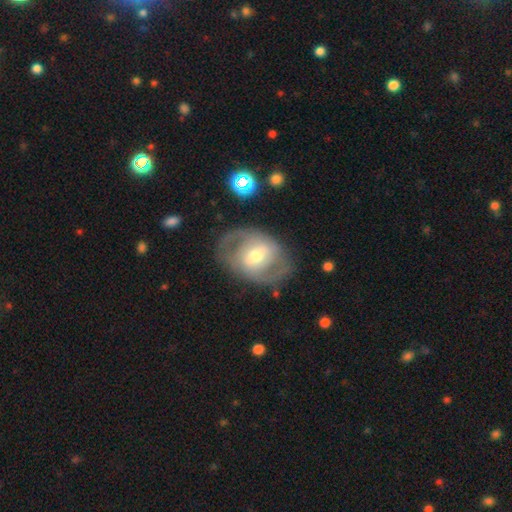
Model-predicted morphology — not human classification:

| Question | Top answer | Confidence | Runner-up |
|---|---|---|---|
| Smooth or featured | featured or disk | 68% | smooth (26%) |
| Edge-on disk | no | 94% | yes (6%) |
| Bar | weak | 45% | no (28%) |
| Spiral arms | yes | 64% | no (36%) |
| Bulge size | moderate | 65% | small (23%) |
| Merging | none | 73% | minor disturbance (15%) |